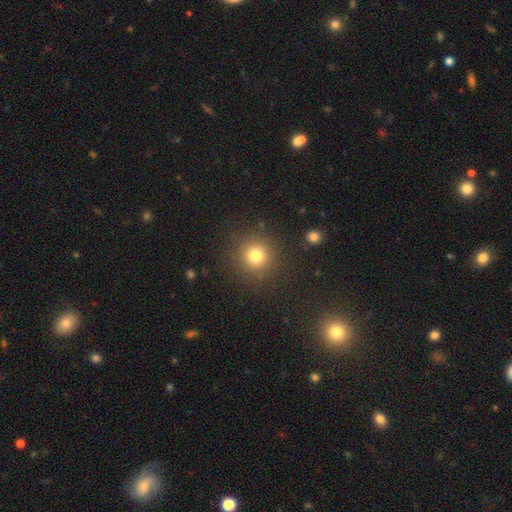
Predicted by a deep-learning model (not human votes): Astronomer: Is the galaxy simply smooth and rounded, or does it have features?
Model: smooth — 79%.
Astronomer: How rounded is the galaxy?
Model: round — 94%.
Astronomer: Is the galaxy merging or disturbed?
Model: none — 88%.